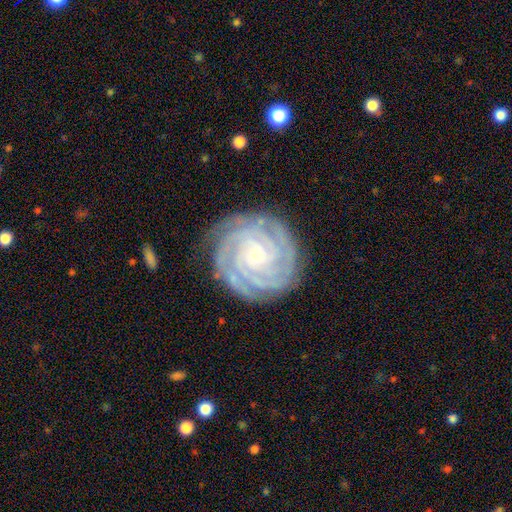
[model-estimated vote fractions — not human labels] smooth_or_featured: featured or disk (p=0.90) [alt: star or artifact p=0.05]
disk_edge_on: no (p=0.98) [alt: yes p=0.02]
bar: no (p=0.71) [alt: weak p=0.21]
has_spiral_arms: yes (p=0.99) [alt: no p=0.01]
spiral_winding: tight (p=0.87) [alt: medium p=0.11]
spiral_arm_count: 4 (p=0.35) [alt: 3 p=0.21]
bulge_size: small (p=0.82) [alt: moderate p=0.14]
merging: none (p=0.83) [alt: minor disturbance p=0.13]